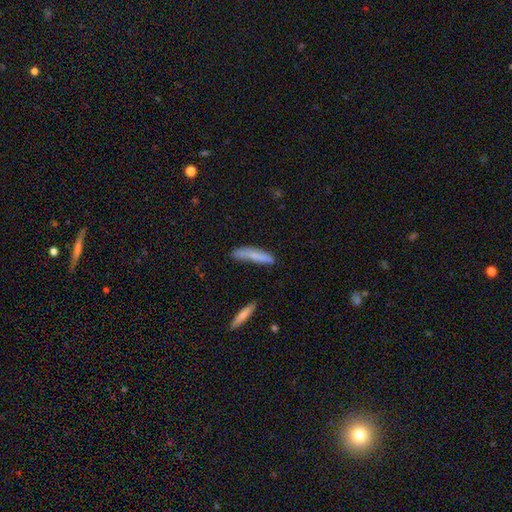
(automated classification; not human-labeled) smooth-or-featured: smooth: 74% | featured or disk: 19% | star or artifact: 7%
  how-rounded: cigar-shaped: 85% | in between: 14% | round: 2%
  merging: none: 67% | minor disturbance: 23% | major disturbance: 6% | merger: 4%